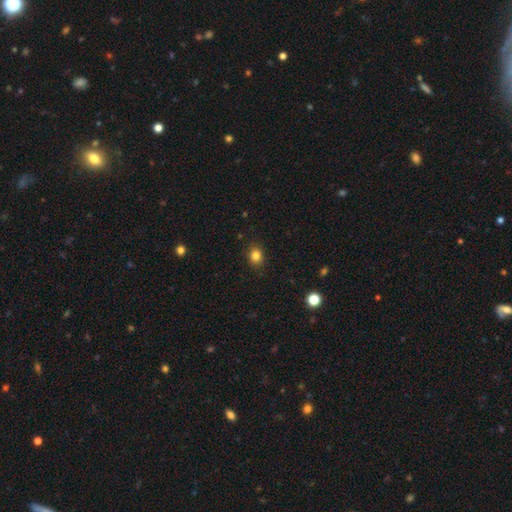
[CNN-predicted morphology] This appears to be a smooth galaxy with no disk features (83%) that is round (60%). Merging: none (88%).